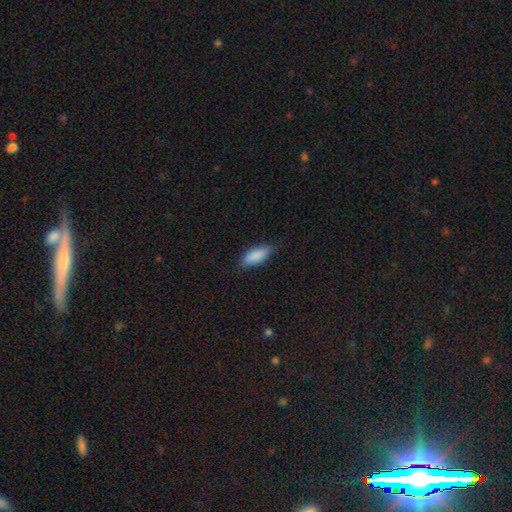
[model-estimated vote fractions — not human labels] smooth-or-featured: smooth: 86% | featured or disk: 8% | star or artifact: 6%
  how-rounded: in between: 77% | cigar-shaped: 21% | round: 2%
  merging: none: 77% | minor disturbance: 19% | major disturbance: 3% | merger: 1%